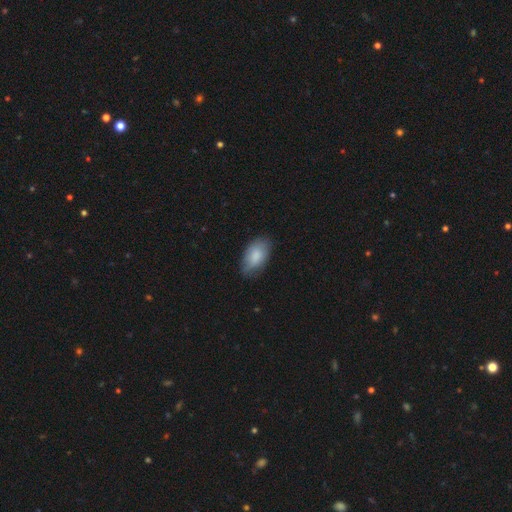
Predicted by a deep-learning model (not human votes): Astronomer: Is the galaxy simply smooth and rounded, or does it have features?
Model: smooth — 82%.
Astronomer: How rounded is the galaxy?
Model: in between — 94%.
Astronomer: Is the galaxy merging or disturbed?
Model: none — 68%.